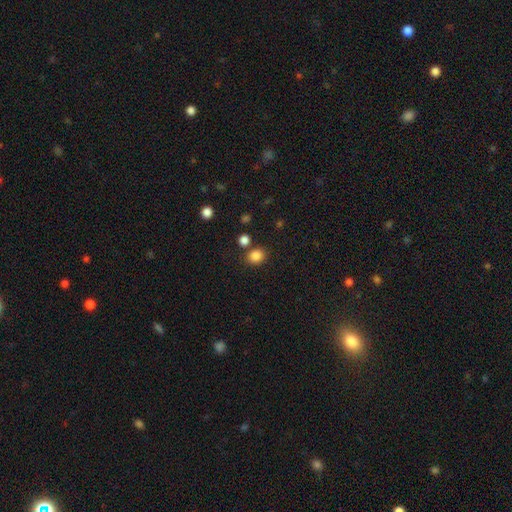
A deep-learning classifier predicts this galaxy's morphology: Smooth or featured: smooth — 85% (star or artifact — 12%)
How rounded: round — 68% (in between — 31%)
Merging: none — 78% (minor disturbance — 9%)